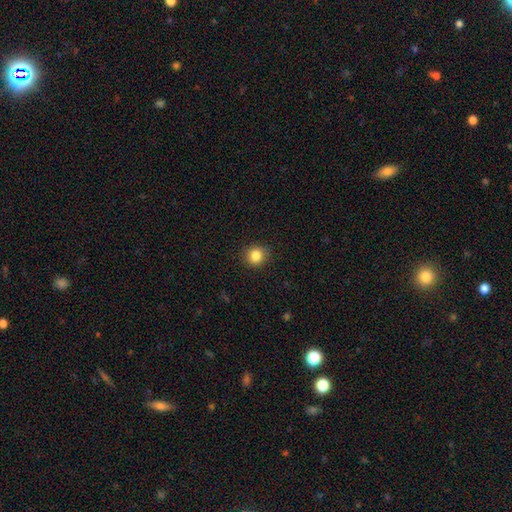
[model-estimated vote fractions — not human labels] smooth 84%, star or artifact 11%, featured or disk 6%. Down the decision tree: how rounded — round (86%); merging — none (89%).